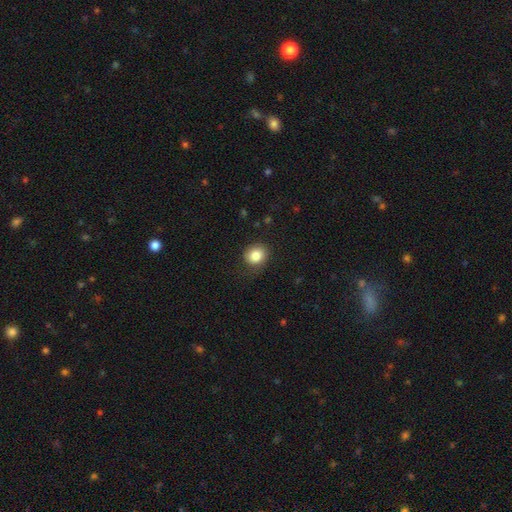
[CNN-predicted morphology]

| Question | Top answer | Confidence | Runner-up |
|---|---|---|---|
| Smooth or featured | smooth | 84% | star or artifact (9%) |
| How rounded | round | 69% | in between (30%) |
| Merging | none | 78% | minor disturbance (16%) |